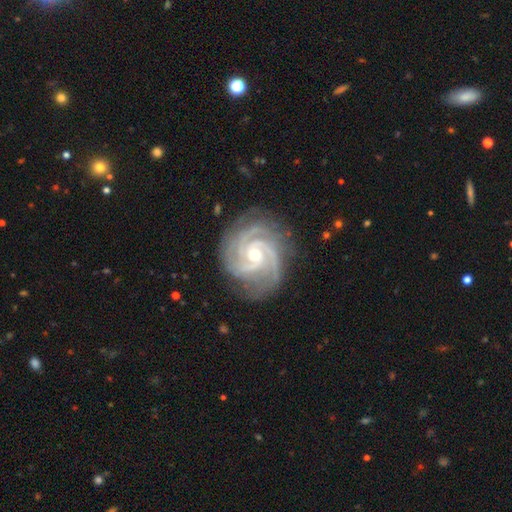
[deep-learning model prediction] Smooth or featured?
  - featured or disk: 93% *
  - star or artifact: 5%
  - smooth: 3%
Edge-on disk?
  - no: 98% *
  - yes: 2%
Bar?
  - no: 52% *
  - weak: 35%
  - strong: 13%
Spiral arms?
  - yes: 99% *
  - no: 1%
Spiral winding?
  - tight: 70% *
  - medium: 28%
  - loose: 3%
Spiral arm count?
  - 3: 44% *
  - 4: 18%
  - 2: 17%
  - can't tell: 9%
  - more than 4: 7%
  - 1: 6%
Bulge size?
  - moderate: 54% *
  - small: 43%
  - large: 2%
  - none: 1%
  - dominant: 1%
Merging?
  - none: 81% *
  - minor disturbance: 14%
  - major disturbance: 4%
  - merger: 1%